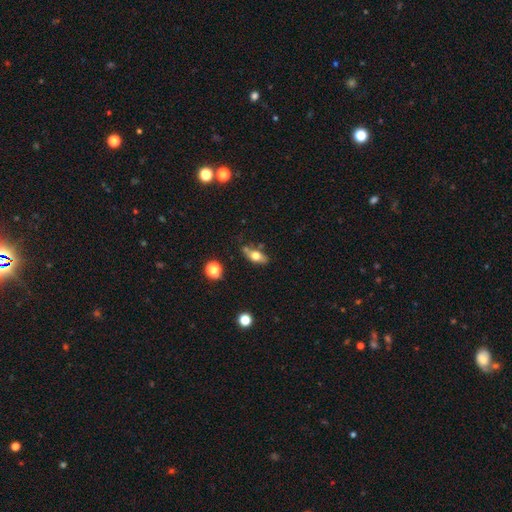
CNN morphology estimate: The model was most divided on "smooth or featured": smooth: 64%, featured or disk: 27%, star or artifact: 9%. More confident: how rounded — in between (76%); merging — none (65%).